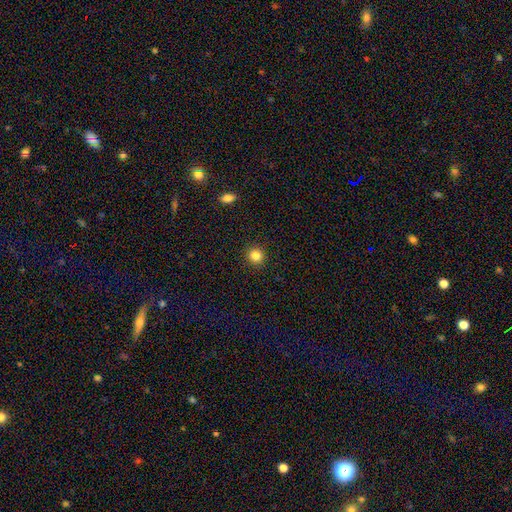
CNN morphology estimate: smooth-or-featured: smooth: 84% | star or artifact: 11% | featured or disk: 5%
  how-rounded: round: 89% | in between: 10% | cigar-shaped: 1%
  merging: none: 92% | minor disturbance: 5% | major disturbance: 2% | merger: 1%